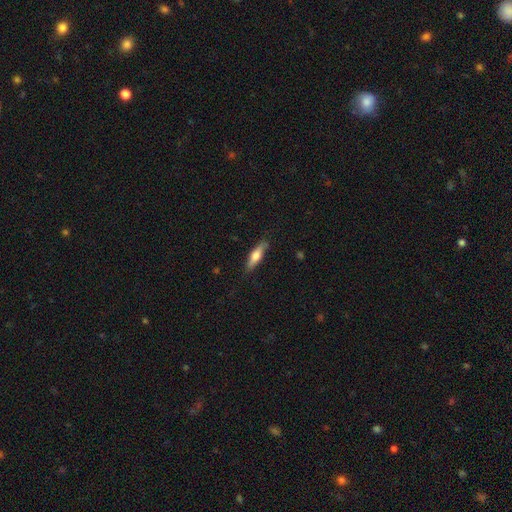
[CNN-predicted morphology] Overall: smooth (60%; featured or disk 34%). How rounded: cigar-shaped (66%; in between 32%). Merging: none (83%).